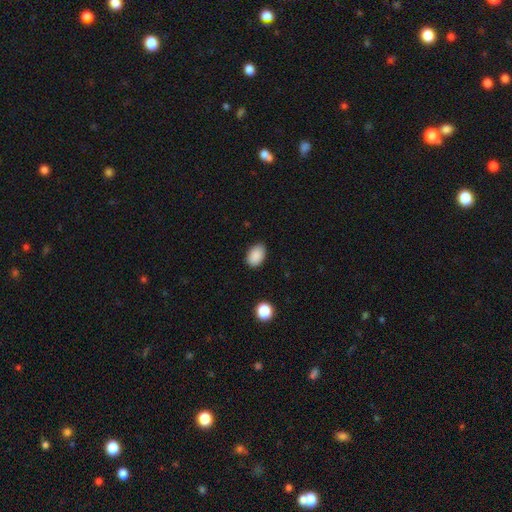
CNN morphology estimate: Smooth or featured?
  - smooth: 89% *
  - star or artifact: 8%
  - featured or disk: 3%
How rounded?
  - in between: 88% *
  - round: 11%
  - cigar-shaped: 1%
Merging?
  - none: 85% *
  - minor disturbance: 12%
  - major disturbance: 2%
  - merger: 1%